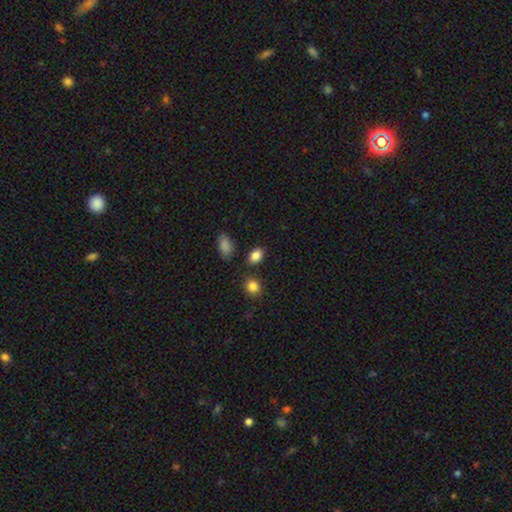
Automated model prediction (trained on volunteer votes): A smooth galaxy with no disk features (86%) that is in between round and cigar-shaped (80%).

Vote fractions:
- Smooth or featured? smooth: 86% / star or artifact: 10% / featured or disk: 5%
- How rounded? in between: 80% / round: 18% / cigar-shaped: 2%
- Merging? none: 82% / minor disturbance: 10% / merger: 6% / major disturbance: 3%